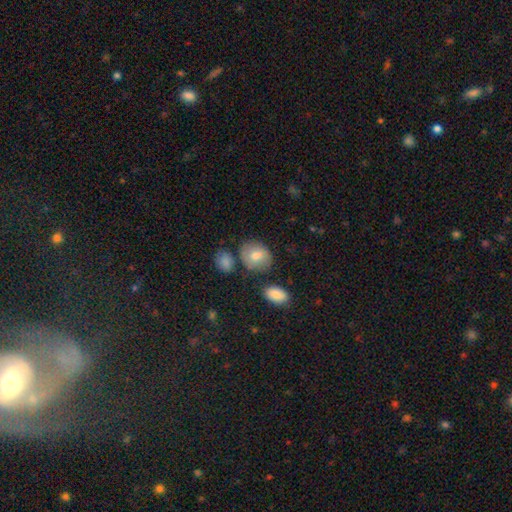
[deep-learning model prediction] Smooth or featured?
  - smooth: 75% *
  - featured or disk: 16%
  - star or artifact: 9%
How rounded?
  - round: 55% *
  - in between: 44%
  - cigar-shaped: 1%
Merging?
  - none: 72% *
  - minor disturbance: 16%
  - merger: 8%
  - major disturbance: 5%